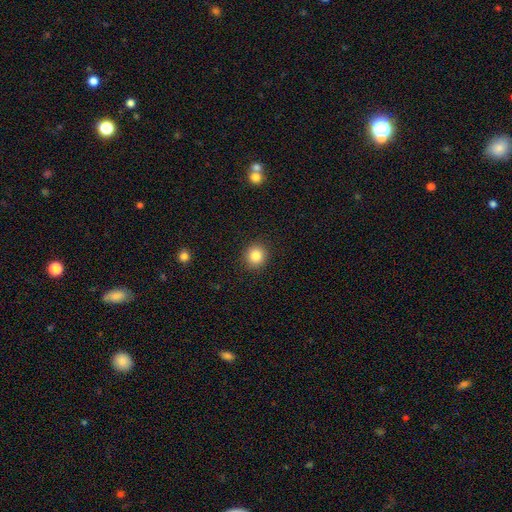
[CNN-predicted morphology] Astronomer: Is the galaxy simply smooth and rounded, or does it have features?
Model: smooth — 85%.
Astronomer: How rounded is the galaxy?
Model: round — 92%.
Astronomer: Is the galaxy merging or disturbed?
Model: none — 92%.